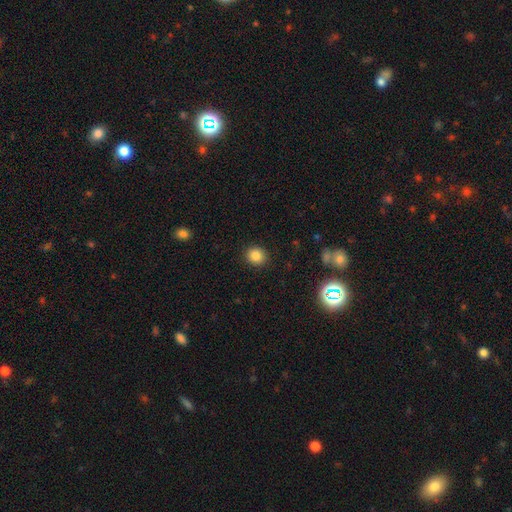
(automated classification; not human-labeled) Morphology: type=smooth (84%); roundness=round (81%); merging=none (91%).